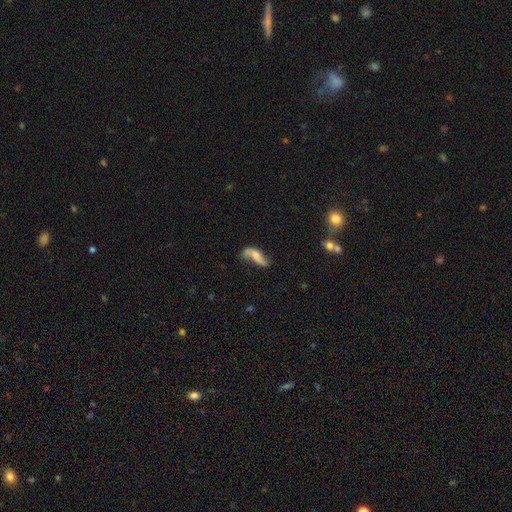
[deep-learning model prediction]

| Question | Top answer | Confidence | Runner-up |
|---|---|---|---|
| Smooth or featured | featured or disk | 59% | smooth (33%) |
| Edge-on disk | no | 87% | yes (13%) |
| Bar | no | 59% | weak (28%) |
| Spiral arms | yes | 84% | no (16%) |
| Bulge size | small | 36% | moderate (33%) |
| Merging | none | 49% | minor disturbance (25%) |